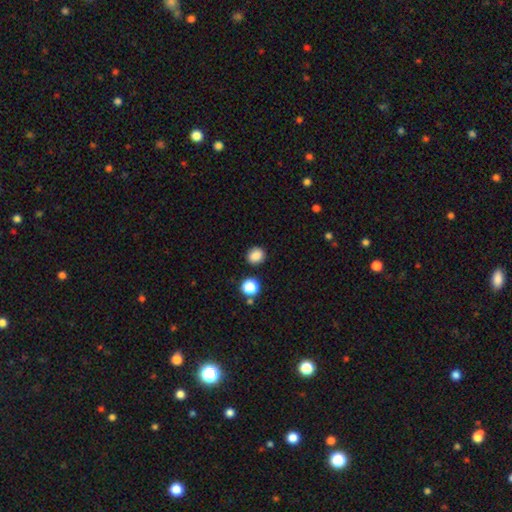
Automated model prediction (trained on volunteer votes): Morphology: type=smooth (85%); roundness=round (76%); merging=none (87%).